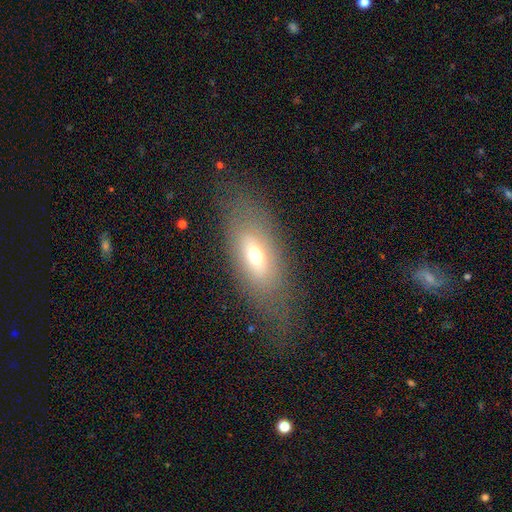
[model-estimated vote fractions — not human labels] This appears to be a smooth galaxy with no disk features (59%) that is in between round and cigar-shaped (78%). Merging: none (67%).